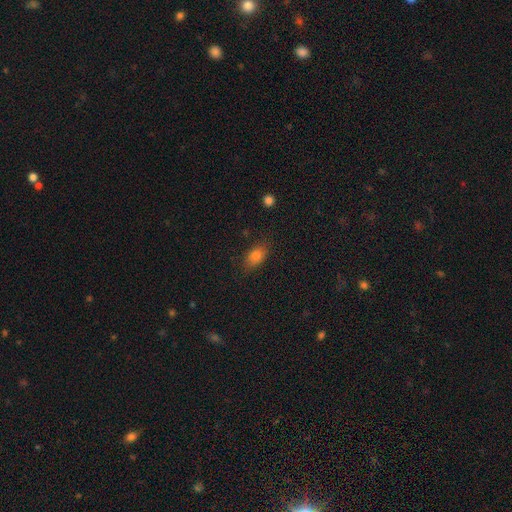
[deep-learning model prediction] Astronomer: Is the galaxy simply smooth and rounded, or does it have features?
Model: smooth — 79%.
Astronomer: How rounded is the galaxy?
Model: in between — 84%.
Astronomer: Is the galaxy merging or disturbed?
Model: none — 81%.